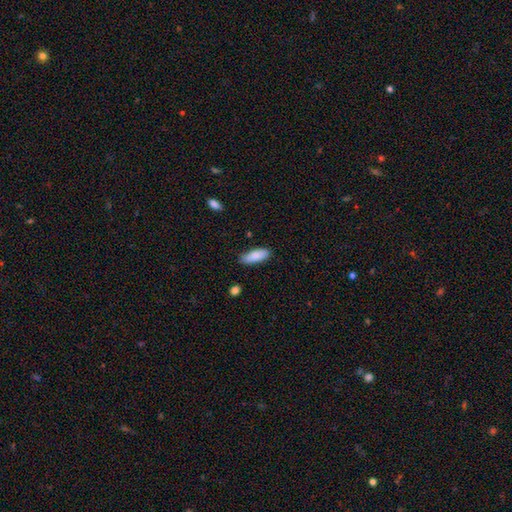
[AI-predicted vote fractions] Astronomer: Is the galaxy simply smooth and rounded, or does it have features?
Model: smooth — 88%.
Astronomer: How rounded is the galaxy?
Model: in between — 68%.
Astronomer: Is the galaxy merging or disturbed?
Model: none — 81%.